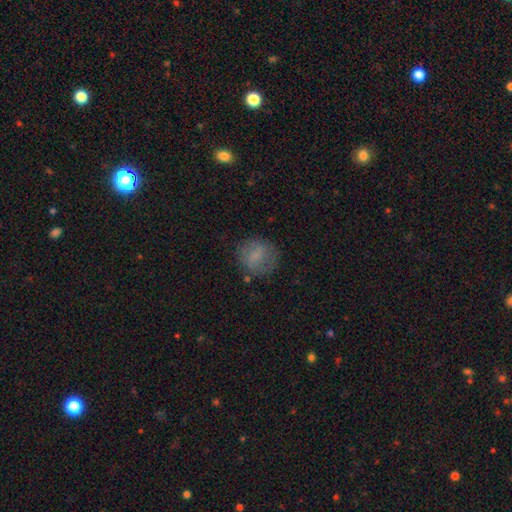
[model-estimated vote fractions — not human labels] The model was most divided on "smooth or featured": smooth: 65%, featured or disk: 25%, star or artifact: 10%. More confident: how rounded — round (76%); merging — none (73%).